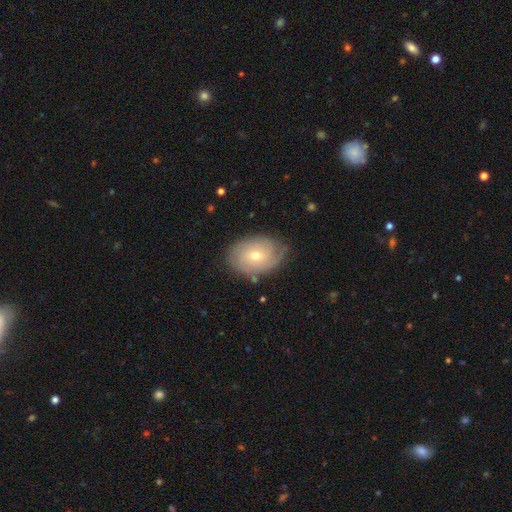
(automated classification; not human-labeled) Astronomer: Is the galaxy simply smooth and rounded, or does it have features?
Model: featured or disk — 58% (runner-up: smooth, 36%).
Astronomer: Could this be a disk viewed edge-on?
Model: no — 94%.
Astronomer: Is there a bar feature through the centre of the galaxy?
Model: no — 73%.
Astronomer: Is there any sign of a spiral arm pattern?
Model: yes — 78%.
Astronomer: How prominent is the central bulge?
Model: small — 52% (runner-up: moderate, 45%).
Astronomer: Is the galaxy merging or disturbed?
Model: none — 74%.